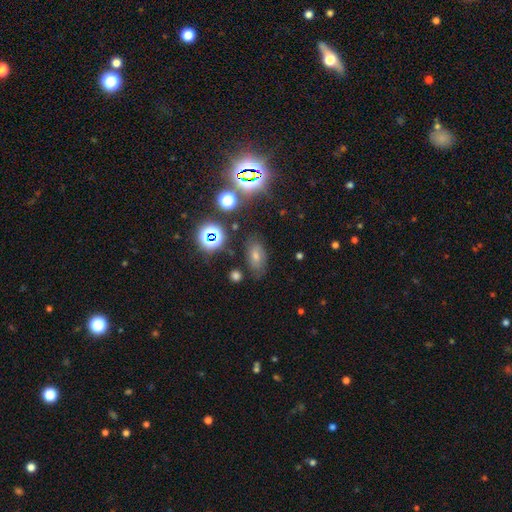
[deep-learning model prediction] This is marginally a star or artifact rather than a galaxy (44%).